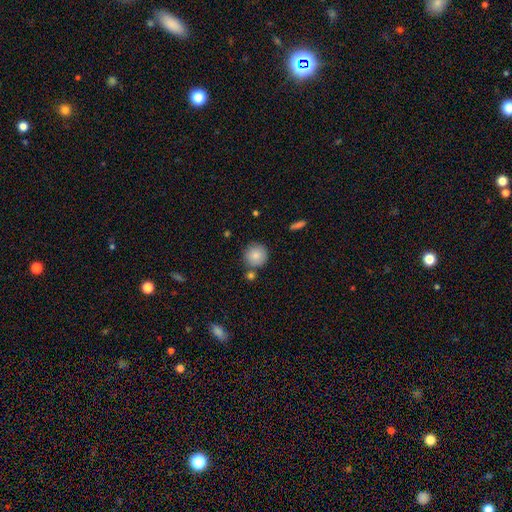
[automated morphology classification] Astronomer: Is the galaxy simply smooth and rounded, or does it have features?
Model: smooth — 86%.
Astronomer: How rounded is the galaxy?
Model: round — 93%.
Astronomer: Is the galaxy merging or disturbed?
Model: none — 77%.